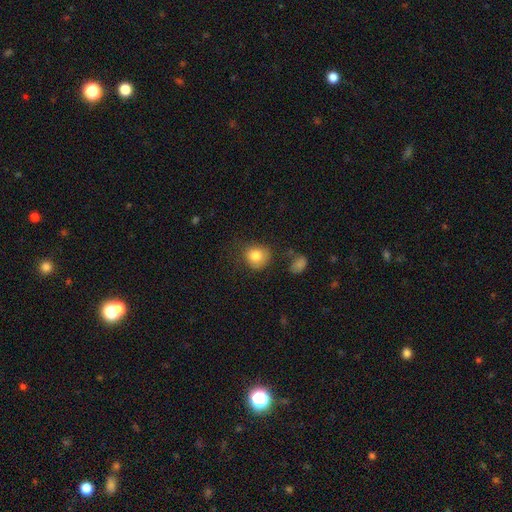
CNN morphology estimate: A smooth galaxy with no disk features (83%) that is round (81%).

Vote fractions:
- Smooth or featured? smooth: 83% / star or artifact: 9% / featured or disk: 8%
- How rounded? round: 81% / in between: 18% / cigar-shaped: 1%
- Merging? none: 65% / minor disturbance: 22% / major disturbance: 9% / merger: 4%